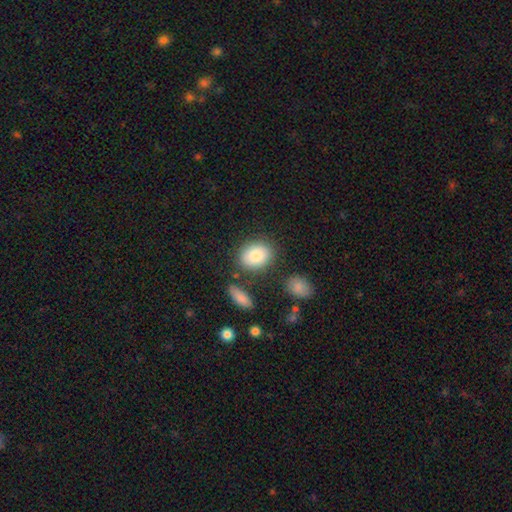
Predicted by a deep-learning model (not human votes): Smooth or featured: smooth — 85% (featured or disk — 8%)
How rounded: in between — 58% (round — 40%)
Merging: none — 75% (minor disturbance — 13%)